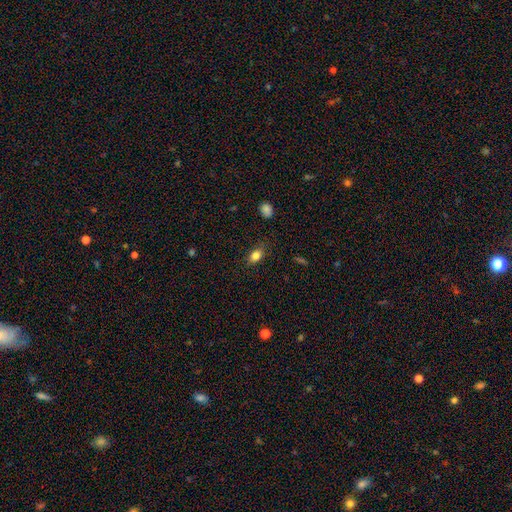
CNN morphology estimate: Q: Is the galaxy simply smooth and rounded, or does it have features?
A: smooth — 82%.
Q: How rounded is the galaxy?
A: in between — 76%.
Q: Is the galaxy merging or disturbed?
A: none — 79%.